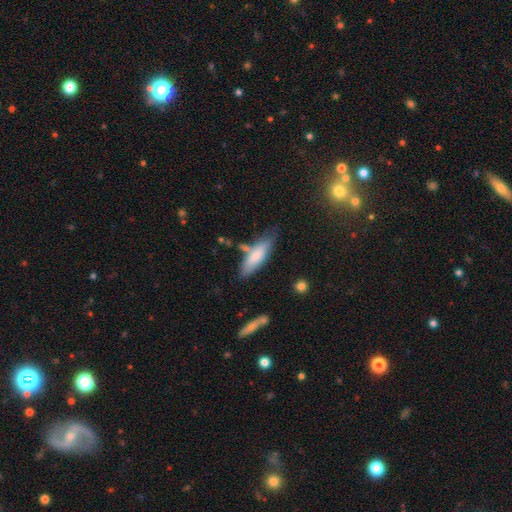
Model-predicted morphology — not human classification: Smooth or featured: smooth — 74% (featured or disk — 20%)
How rounded: in between — 52% (cigar-shaped — 46%)
Merging: none — 58% (minor disturbance — 24%)